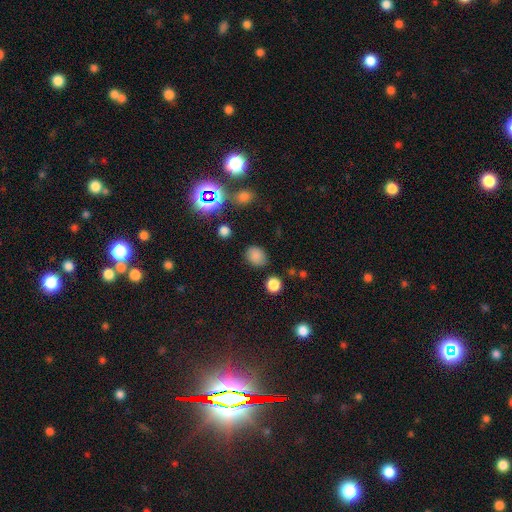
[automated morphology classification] smooth 79%, star or artifact 16%, featured or disk 5%. Down the decision tree: how rounded — round (51%); merging — none (80%).